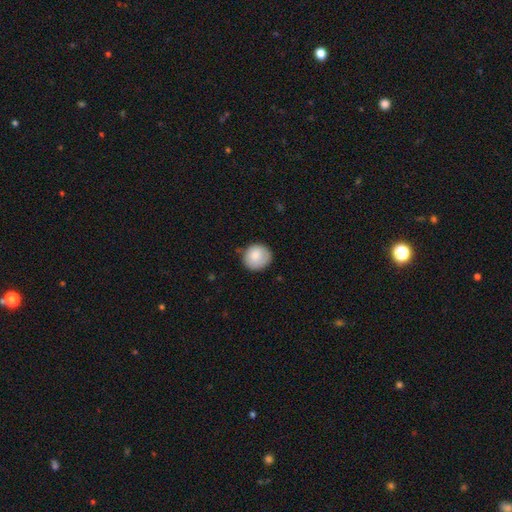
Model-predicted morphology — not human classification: Smooth or featured?
  - smooth: 85% *
  - featured or disk: 8%
  - star or artifact: 7%
How rounded?
  - round: 87% *
  - in between: 12%
  - cigar-shaped: 1%
Merging?
  - none: 77% *
  - minor disturbance: 18%
  - major disturbance: 4%
  - merger: 1%